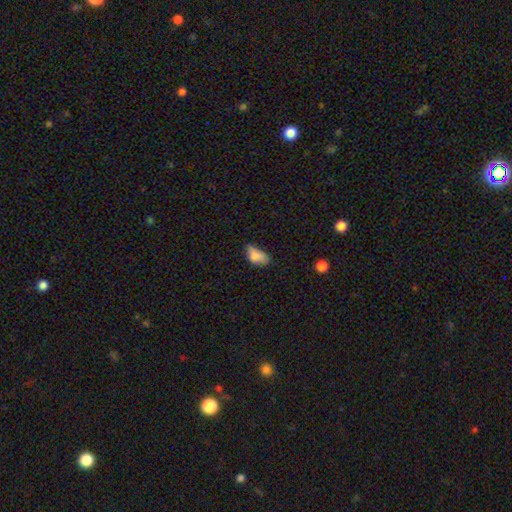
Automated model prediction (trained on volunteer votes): This appears to be a smooth galaxy with no disk features (76%) that is in between round and cigar-shaped (90%). Merging: minor disturbance (41%).